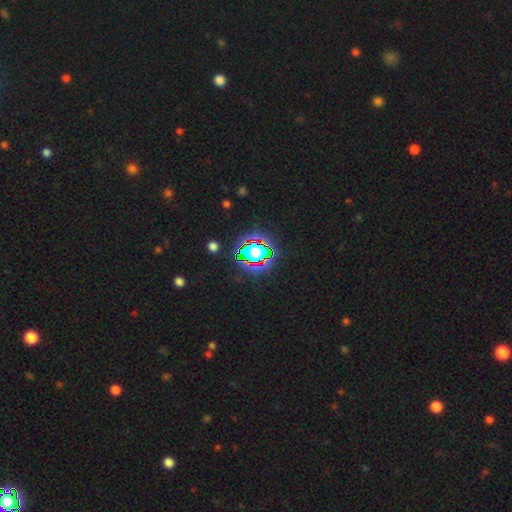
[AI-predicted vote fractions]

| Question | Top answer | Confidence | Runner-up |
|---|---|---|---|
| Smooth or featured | star or artifact | 80% | smooth (12%) |